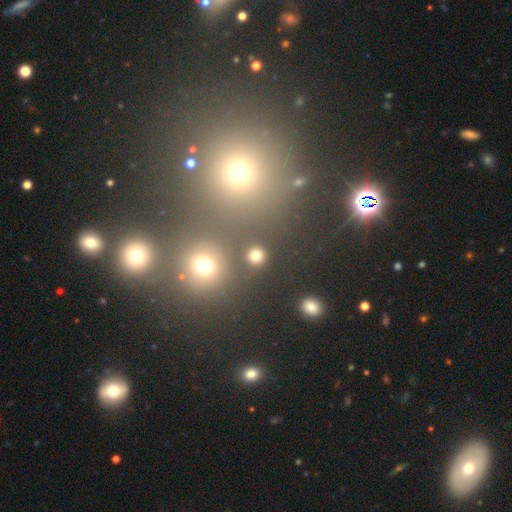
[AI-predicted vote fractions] smooth-or-featured: smooth: 75% | star or artifact: 19% | featured or disk: 5%
  how-rounded: round: 91% | in between: 8% | cigar-shaped: 1%
  merging: none: 85% | merger: 6% | minor disturbance: 6% | major disturbance: 3%